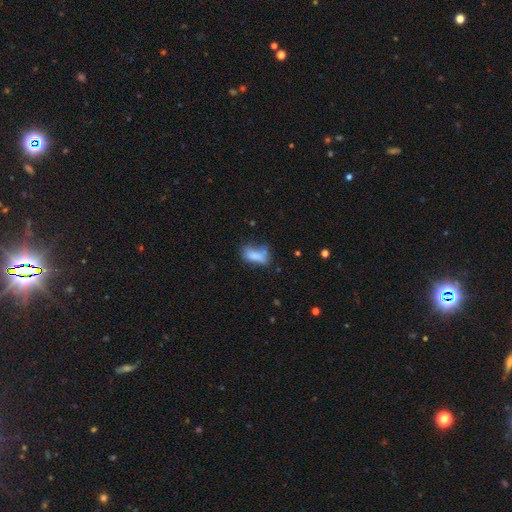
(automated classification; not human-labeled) Smooth or featured?
  - smooth: 75% *
  - featured or disk: 15%
  - star or artifact: 10%
How rounded?
  - in between: 84% *
  - cigar-shaped: 12%
  - round: 5%
Merging?
  - none: 42% *
  - minor disturbance: 30%
  - major disturbance: 17%
  - merger: 11%